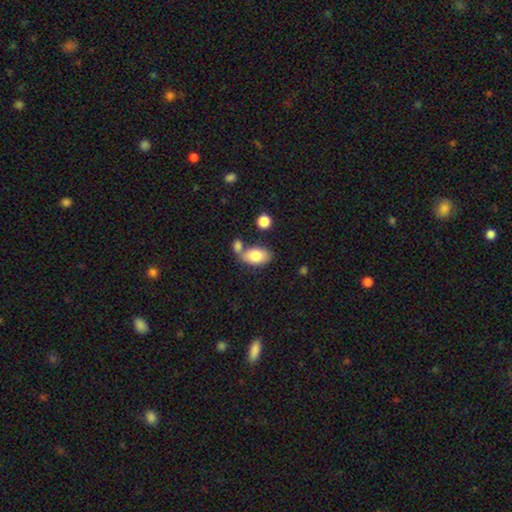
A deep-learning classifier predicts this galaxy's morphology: Q: Smooth or featured?
A: smooth (80%); runner-up: featured or disk (13%)
Q: How rounded?
A: in between (90%); runner-up: round (8%)
Q: Merging?
A: none (53%); runner-up: merger (28%)